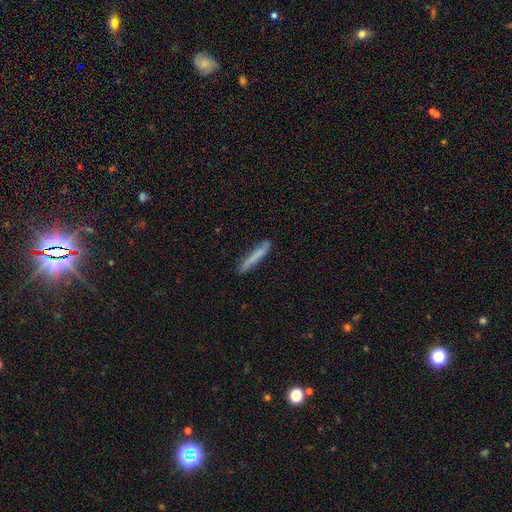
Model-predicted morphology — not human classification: Smooth or featured: smooth — 68% (featured or disk — 25%)
How rounded: cigar-shaped — 94% (in between — 4%)
Merging: none — 79% (minor disturbance — 16%)